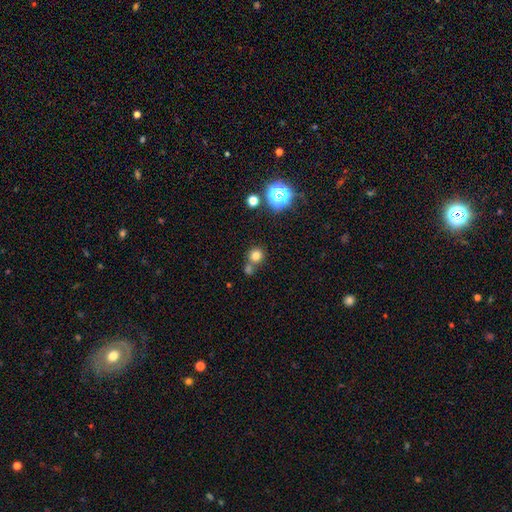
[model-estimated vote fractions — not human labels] This appears to be a smooth galaxy with no disk features (76%) that is round (90%). Merging: none (63%).